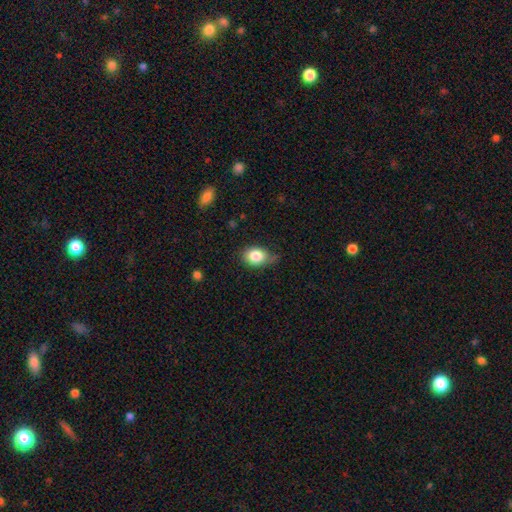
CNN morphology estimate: Q: Smooth or featured?
A: smooth (83%); runner-up: star or artifact (9%)
Q: How rounded?
A: in between (70%); runner-up: round (29%)
Q: Merging?
A: none (62%); runner-up: minor disturbance (29%)